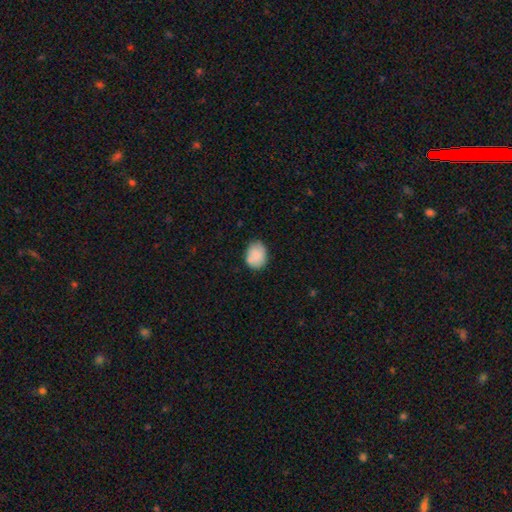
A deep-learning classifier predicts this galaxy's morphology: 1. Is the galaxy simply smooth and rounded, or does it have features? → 83% smooth, 10% featured or disk, 7% star or artifact.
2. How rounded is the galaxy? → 59% in between, 40% round, 1% cigar-shaped.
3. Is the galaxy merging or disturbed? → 68% none, 20% minor disturbance, 8% merger, 4% major disturbance.